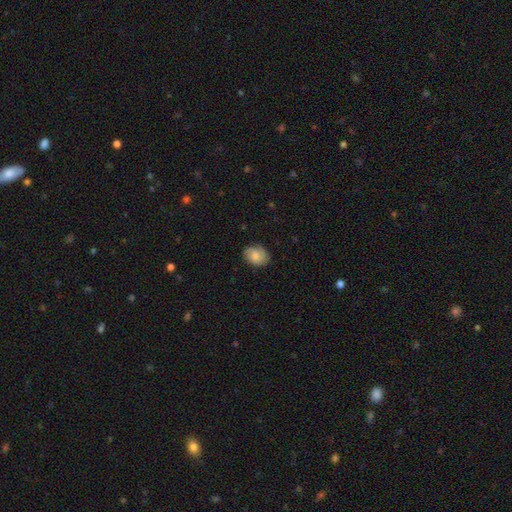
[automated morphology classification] Smooth or featured? smooth (73%)
How rounded? in between (61%)
Merging? none (76%)